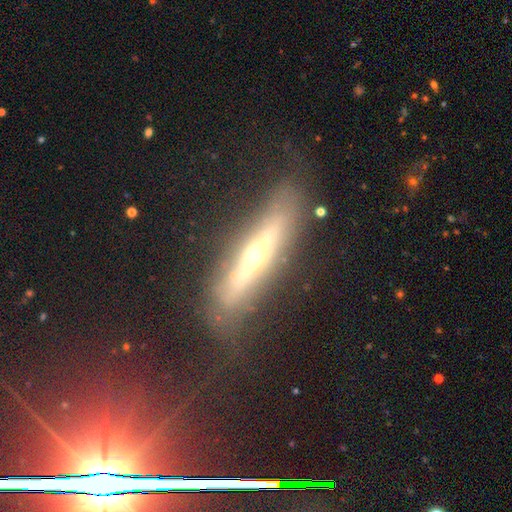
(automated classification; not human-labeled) featured or disk 70%, smooth 21%, star or artifact 10%. Down the decision tree: edge-on disk — yes (79%); edge-on bulge — rounded (83%); merging — none (71%).